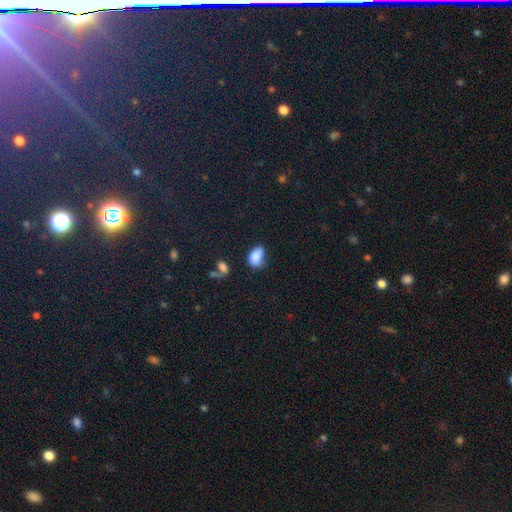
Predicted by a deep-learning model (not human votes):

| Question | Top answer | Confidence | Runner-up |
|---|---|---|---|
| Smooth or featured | smooth | 84% | star or artifact (9%) |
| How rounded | in between | 89% | round (9%) |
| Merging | none | 44% | minor disturbance (35%) |